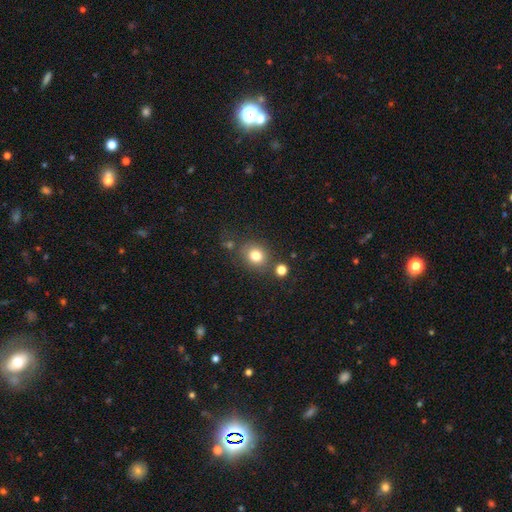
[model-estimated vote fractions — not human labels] The model was most divided on "how rounded": round: 73%, in between: 26%, cigar-shaped: 1%. More confident: smooth or featured — smooth (80%); merging — none (76%).